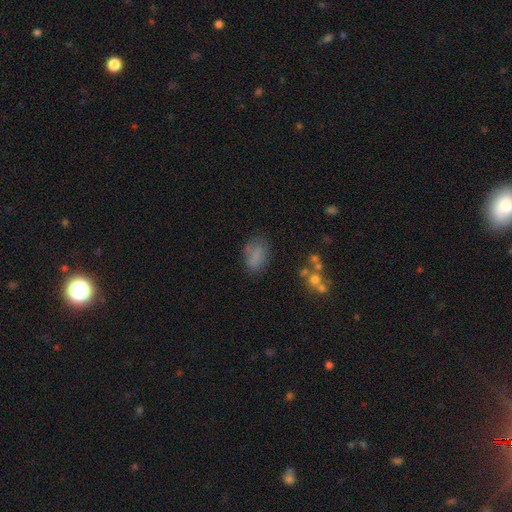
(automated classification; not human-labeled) This is likely a smooth galaxy (70%). How rounded: clearly in between (85%). Merging: likely none (61%).